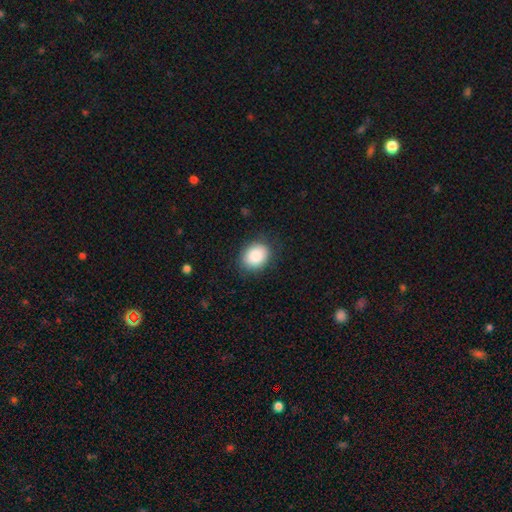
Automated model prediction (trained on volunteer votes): Smooth or featured? smooth (88%)
How rounded? in between (52%)
Merging? none (84%)